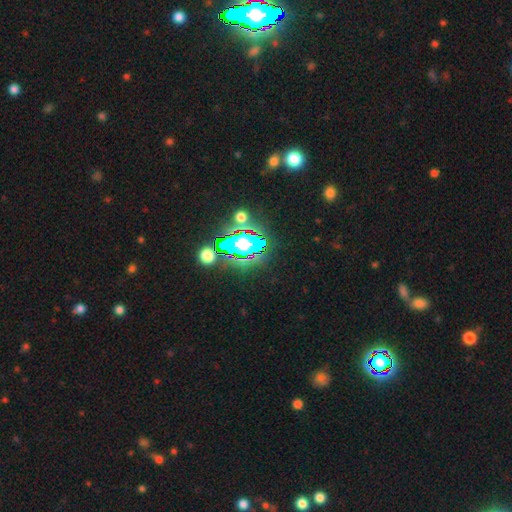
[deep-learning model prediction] This is likely a star or artifact rather than a galaxy (62%).